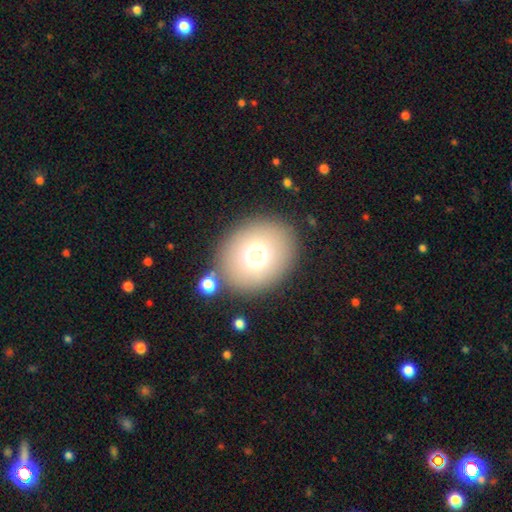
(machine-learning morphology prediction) Smooth or featured? Predicted: smooth (p=0.70). How rounded? Predicted: round (p=0.64). Merging? Predicted: none (p=0.80).